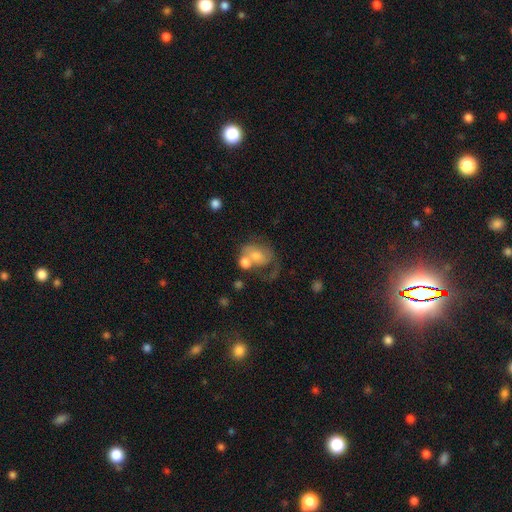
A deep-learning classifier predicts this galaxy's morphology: Smooth or featured? smooth (50%)
How rounded? in between (59%)
Merging? merger (36%)